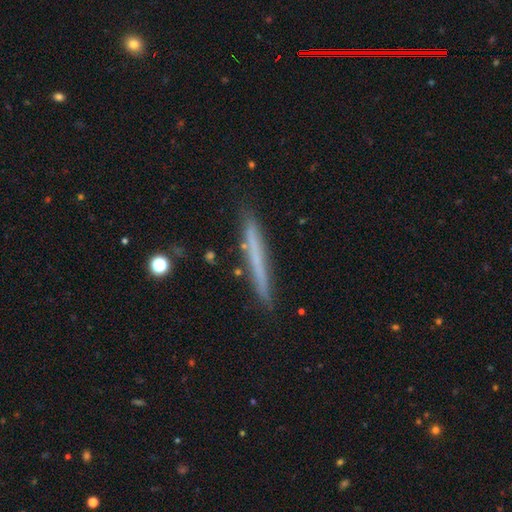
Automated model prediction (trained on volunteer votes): The model was most divided on "smooth or featured": smooth: 51%, featured or disk: 42%, star or artifact: 7%. More confident: how rounded — cigar-shaped (97%); merging — none (86%).